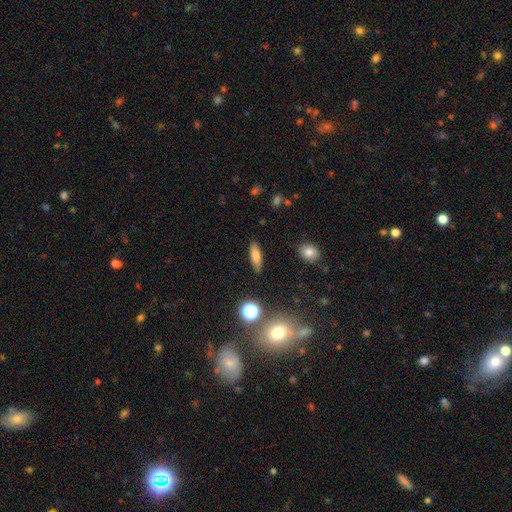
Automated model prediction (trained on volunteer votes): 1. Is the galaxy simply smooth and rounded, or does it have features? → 75% smooth, 14% featured or disk, 11% star or artifact.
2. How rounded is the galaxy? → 50% in between, 46% cigar-shaped, 4% round.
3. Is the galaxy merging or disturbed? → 85% none, 10% minor disturbance, 3% major disturbance, 2% merger.